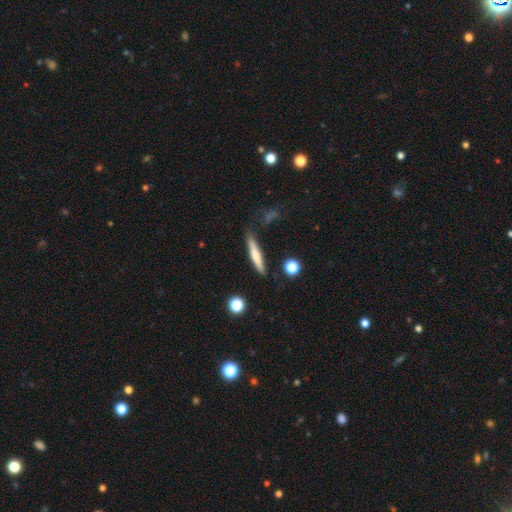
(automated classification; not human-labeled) smooth_or_featured: smooth (p=0.61) [alt: featured or disk p=0.32]
how_rounded: cigar-shaped (p=0.91) [alt: in between p=0.07]
merging: none (p=0.78) [alt: minor disturbance p=0.15]